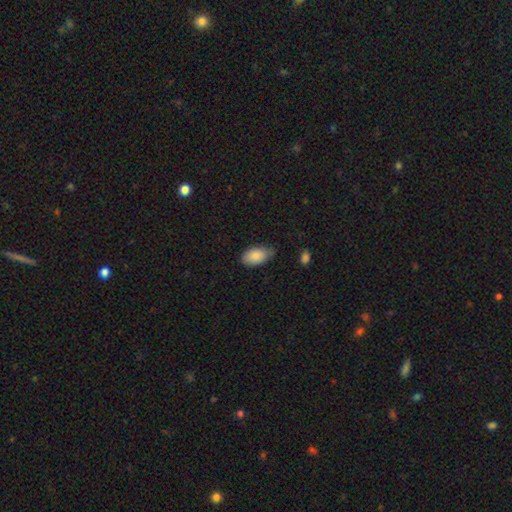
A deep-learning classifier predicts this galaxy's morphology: A smooth galaxy with no disk features (87%) that is in between round and cigar-shaped (94%).

Vote fractions:
- Smooth or featured? smooth: 87% / featured or disk: 7% / star or artifact: 7%
- How rounded? in between: 94% / round: 4% / cigar-shaped: 2%
- Merging? none: 70% / minor disturbance: 25% / major disturbance: 4% / merger: 1%